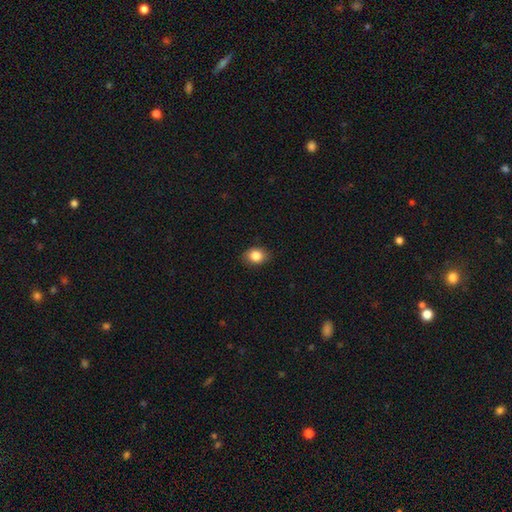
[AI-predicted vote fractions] This appears to be a smooth galaxy with no disk features (84%) that is in between round and cigar-shaped (52%). Merging: none (85%).